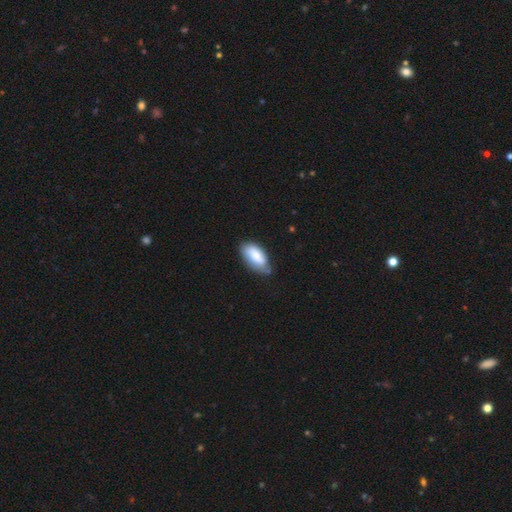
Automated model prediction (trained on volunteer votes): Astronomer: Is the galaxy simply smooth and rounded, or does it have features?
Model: smooth — 78%.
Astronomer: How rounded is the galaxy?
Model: in between — 92%.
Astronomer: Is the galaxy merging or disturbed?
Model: none — 58% (runner-up: minor disturbance, 33%).